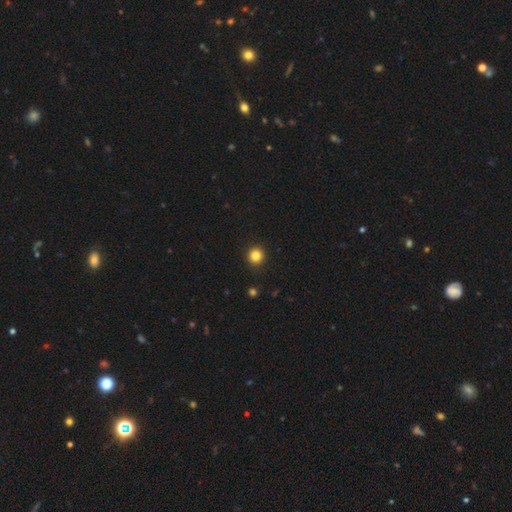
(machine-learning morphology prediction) Smooth or featured?
  - smooth: 84% *
  - star or artifact: 12%
  - featured or disk: 5%
How rounded?
  - round: 95% *
  - in between: 4%
  - cigar-shaped: 1%
Merging?
  - none: 93% *
  - minor disturbance: 4%
  - major disturbance: 1%
  - merger: 1%